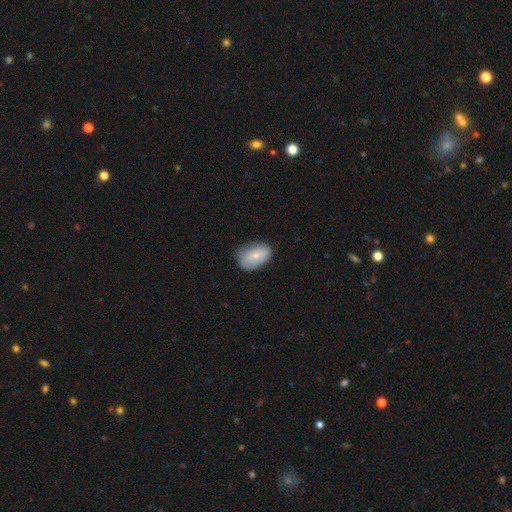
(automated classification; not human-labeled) smooth-or-featured: smooth: 77% | featured or disk: 16% | star or artifact: 7%
  how-rounded: in between: 87% | round: 12% | cigar-shaped: 1%
  merging: none: 72% | minor disturbance: 22% | major disturbance: 5% | merger: 1%